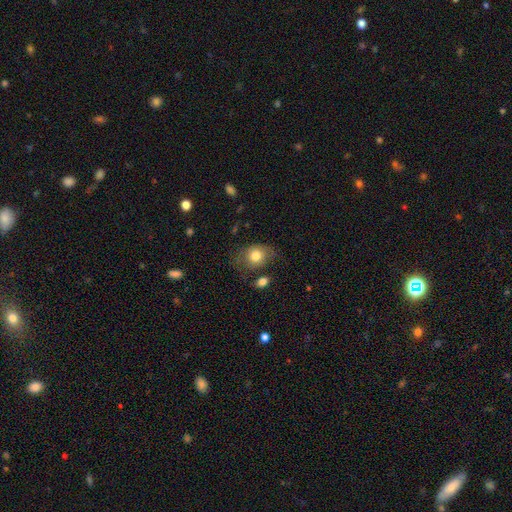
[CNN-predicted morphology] Overall: smooth (77%). How rounded: round (51%; in between 48%). Merging: none (56%; minor disturbance 25%).